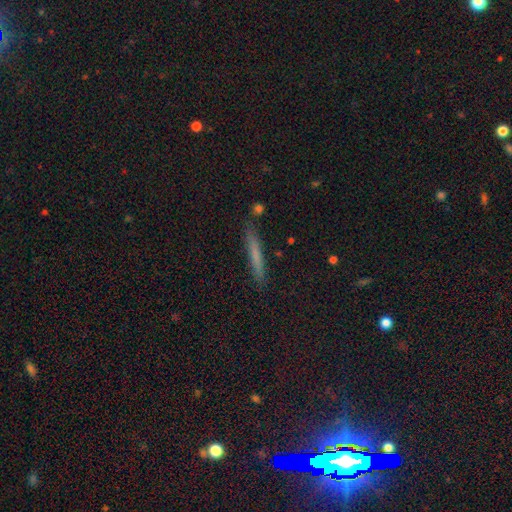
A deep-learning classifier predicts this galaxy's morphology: smooth_or_featured: smooth (p=0.64) [alt: featured or disk p=0.26]
how_rounded: cigar-shaped (p=0.95) [alt: in between p=0.03]
merging: none (p=0.85) [alt: minor disturbance p=0.11]